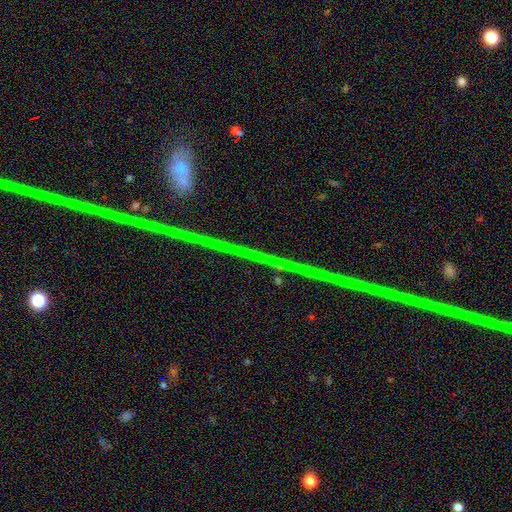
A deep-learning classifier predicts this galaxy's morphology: A star or artifact, not a galaxy (77%).

Vote fractions:
- Smooth or featured? star or artifact: 77% / featured or disk: 15% / smooth: 8%